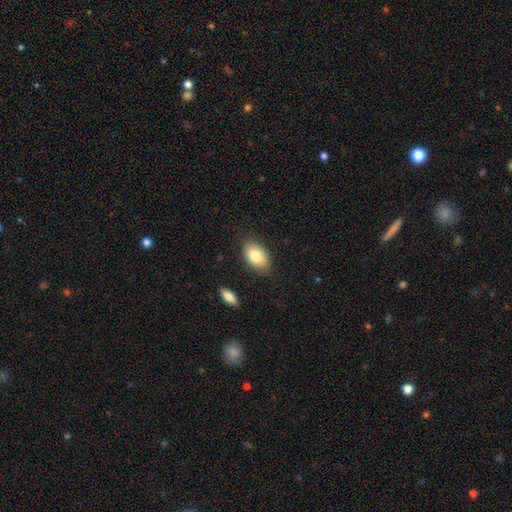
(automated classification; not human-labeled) Smooth or featured? Predicted: smooth (p=0.81). How rounded? Predicted: in between (p=0.90). Merging? Predicted: none (p=0.83).